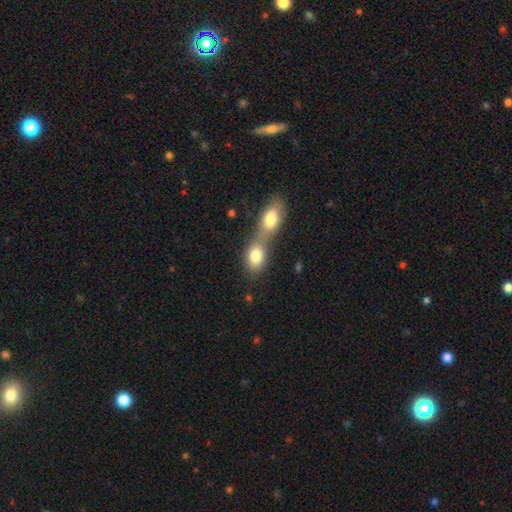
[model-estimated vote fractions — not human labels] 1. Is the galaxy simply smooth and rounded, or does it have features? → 79% smooth, 13% featured or disk, 8% star or artifact.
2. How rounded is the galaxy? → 74% in between, 23% round, 3% cigar-shaped.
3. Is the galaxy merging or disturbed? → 72% merger, 19% none, 6% minor disturbance, 3% major disturbance.